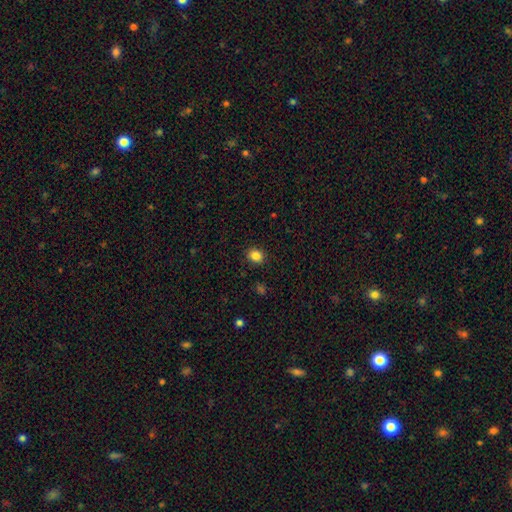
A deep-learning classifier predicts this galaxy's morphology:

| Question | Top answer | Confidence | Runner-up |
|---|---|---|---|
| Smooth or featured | smooth | 85% | star or artifact (11%) |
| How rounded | round | 56% | in between (44%) |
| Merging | none | 89% | minor disturbance (7%) |